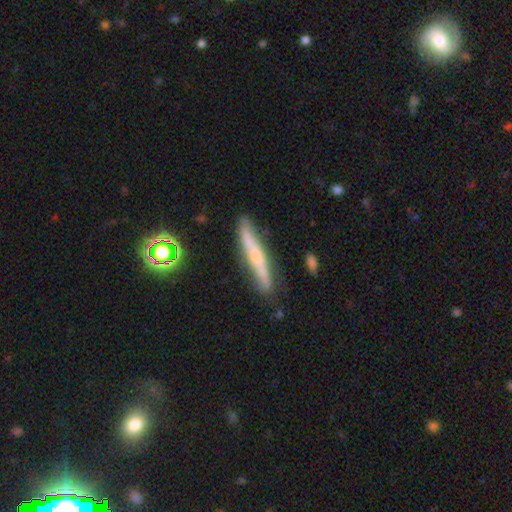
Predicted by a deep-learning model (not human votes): smooth_or_featured: featured or disk (p=0.57) [alt: smooth p=0.35]
disk_edge_on: yes (p=0.86) [alt: no p=0.14]
merging: none (p=0.81) [alt: minor disturbance p=0.14]